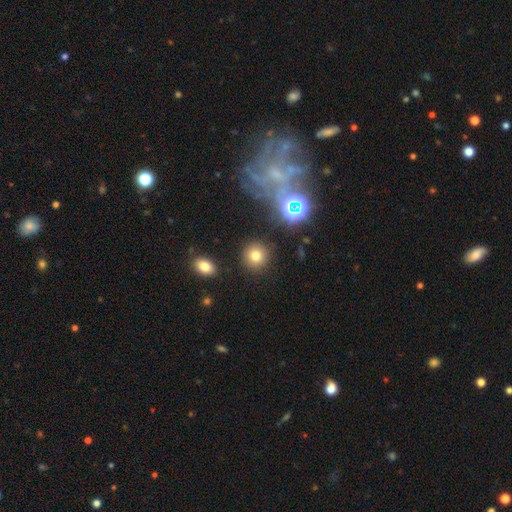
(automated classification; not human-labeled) A smooth galaxy with no disk features (76%) that is round (91%). Merging: none (88%).